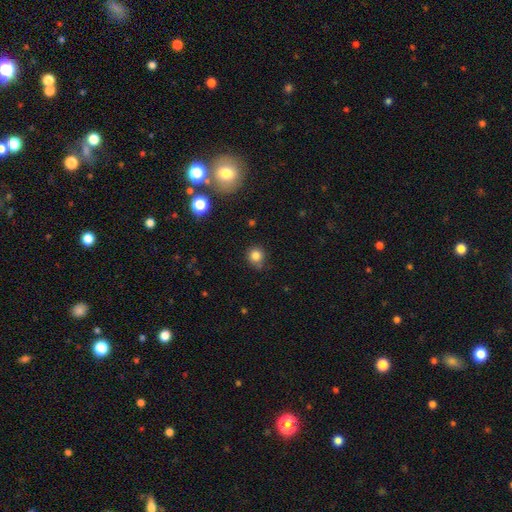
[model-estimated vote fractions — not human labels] Q: Smooth or featured?
A: smooth (82%); runner-up: star or artifact (13%)
Q: How rounded?
A: round (88%); runner-up: in between (11%)
Q: Merging?
A: none (74%); runner-up: minor disturbance (19%)